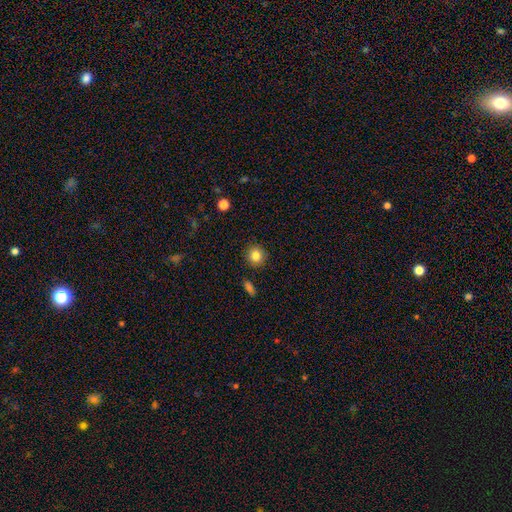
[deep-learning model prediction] smooth 83%, star or artifact 10%, featured or disk 7%. Down the decision tree: how rounded — round (90%); merging — none (89%).